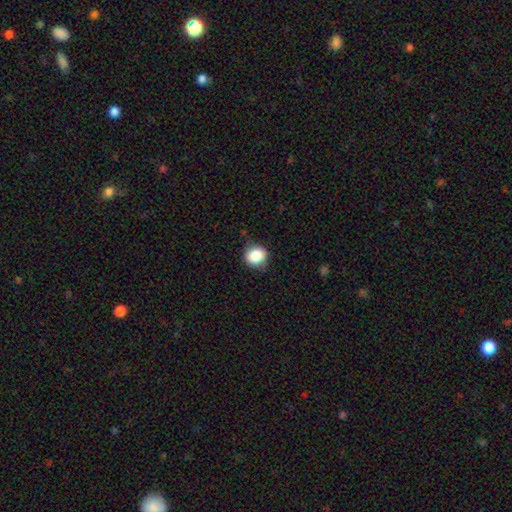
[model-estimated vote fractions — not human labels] Overall: smooth (85%). How rounded: round (82%). Merging: none (81%).